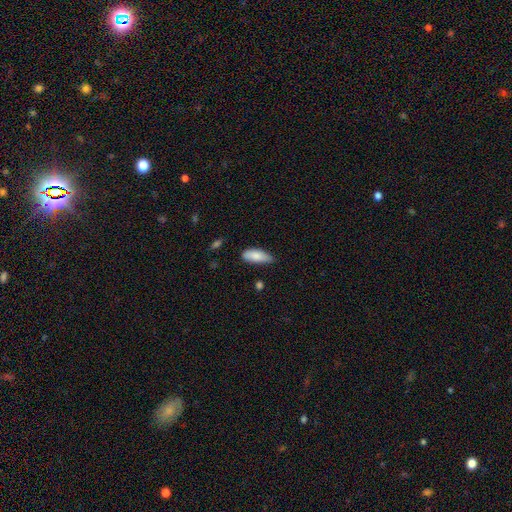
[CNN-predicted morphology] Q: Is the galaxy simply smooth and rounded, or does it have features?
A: smooth — 84%.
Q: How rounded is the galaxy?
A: in between — 79%.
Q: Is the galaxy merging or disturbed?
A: none — 59%.